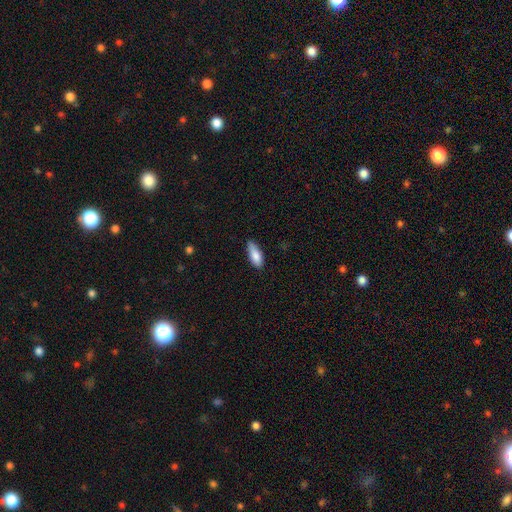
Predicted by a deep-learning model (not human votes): This appears to be a smooth galaxy with no disk features (85%) that is in between round and cigar-shaped (72%). Merging: none (69%).